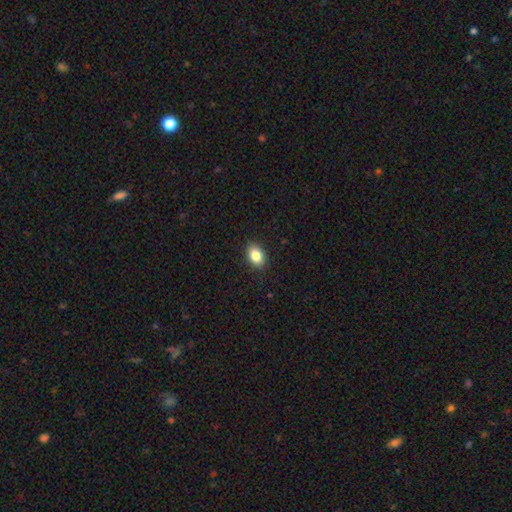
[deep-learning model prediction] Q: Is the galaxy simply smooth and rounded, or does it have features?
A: smooth — 85%.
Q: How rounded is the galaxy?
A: in between — 85%.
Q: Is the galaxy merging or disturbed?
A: none — 89%.